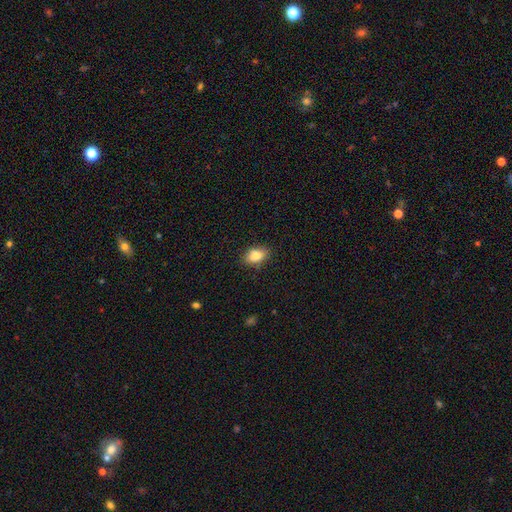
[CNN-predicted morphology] type=smooth (84%); roundness=in between (83%); merging=none (82%).